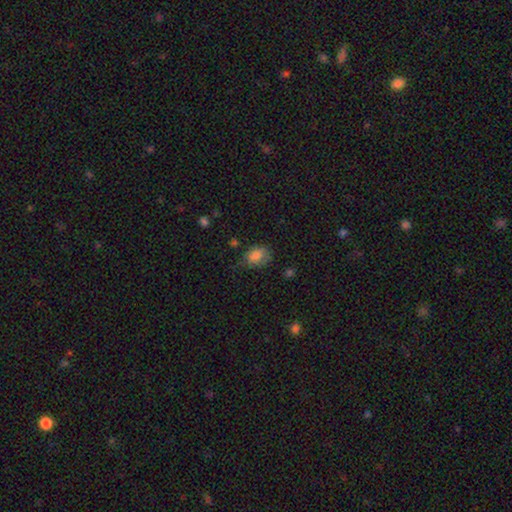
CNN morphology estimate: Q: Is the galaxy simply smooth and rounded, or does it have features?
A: smooth — 81%.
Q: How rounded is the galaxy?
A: in between — 68%.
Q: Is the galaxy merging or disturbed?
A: none — 54%.